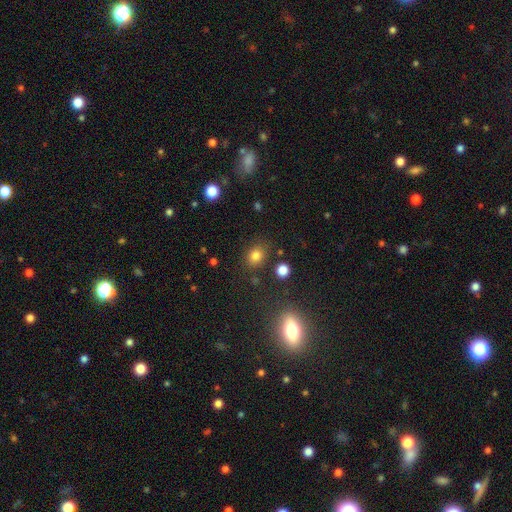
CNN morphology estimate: The model was most divided on "how rounded": round: 58%, in between: 41%, cigar-shaped: 1%. More confident: merging — none (81%); smooth or featured — smooth (80%).